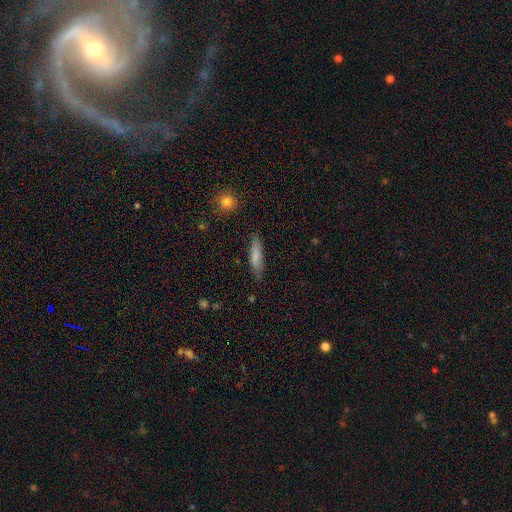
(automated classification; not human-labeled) Q: Smooth or featured?
A: smooth (79%); runner-up: featured or disk (15%)
Q: How rounded?
A: cigar-shaped (75%); runner-up: in between (23%)
Q: Merging?
A: none (83%); runner-up: minor disturbance (13%)